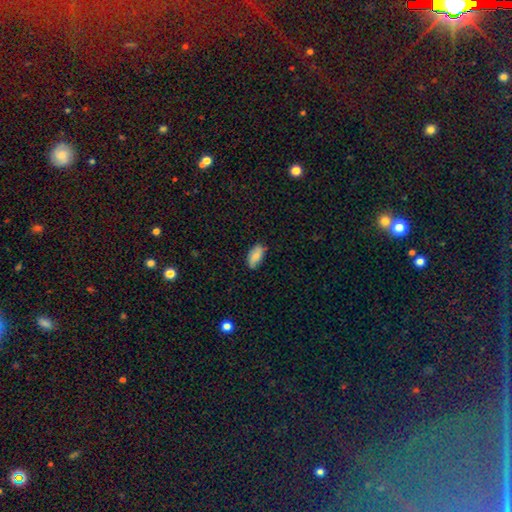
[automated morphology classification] A smooth galaxy with no disk features (74%) that is in between round and cigar-shaped (92%). Merging: none (78%).